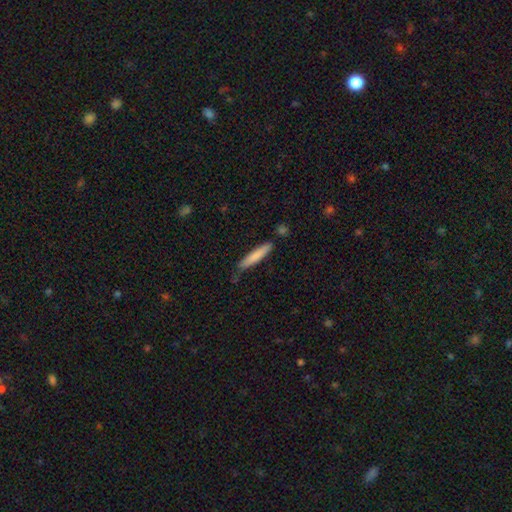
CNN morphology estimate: Q: Smooth or featured?
A: smooth (79%); runner-up: featured or disk (16%)
Q: How rounded?
A: cigar-shaped (92%); runner-up: in between (7%)
Q: Merging?
A: none (75%); runner-up: minor disturbance (19%)